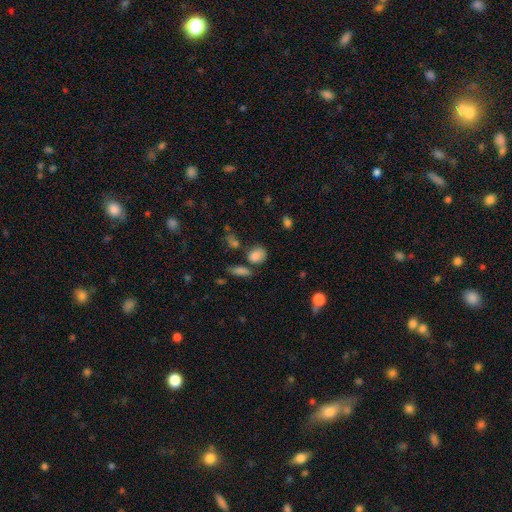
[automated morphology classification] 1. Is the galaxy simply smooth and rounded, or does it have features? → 81% smooth, 12% star or artifact, 7% featured or disk.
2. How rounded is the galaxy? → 57% round, 41% in between, 2% cigar-shaped.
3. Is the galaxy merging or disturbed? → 63% none, 17% minor disturbance, 14% merger, 6% major disturbance.